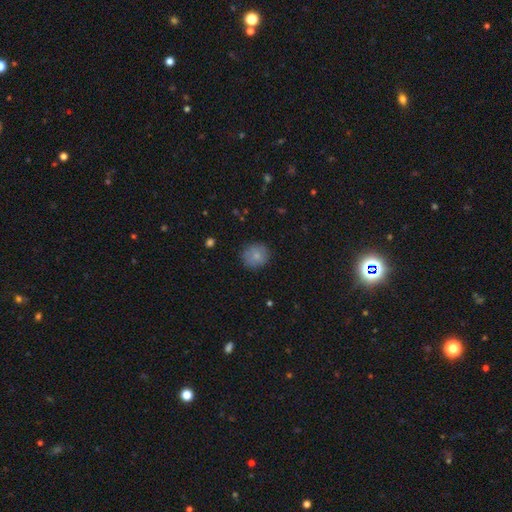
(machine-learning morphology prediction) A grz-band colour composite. It shows a smooth galaxy with no disk features (79%) that is round (86%). Merging: none (82%).